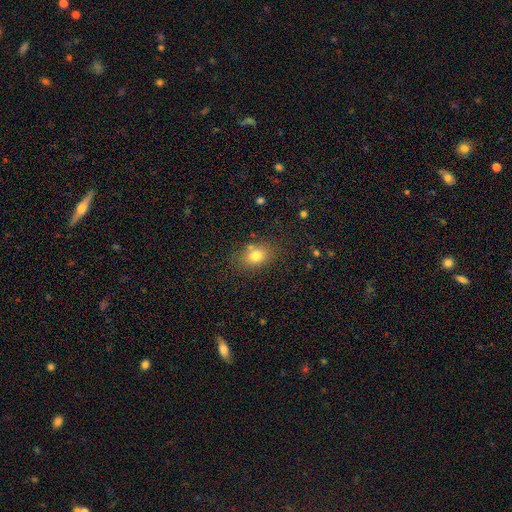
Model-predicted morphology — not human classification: smooth 78%, star or artifact 12%, featured or disk 10%. Down the decision tree: how rounded — in between (67%); merging — none (76%).